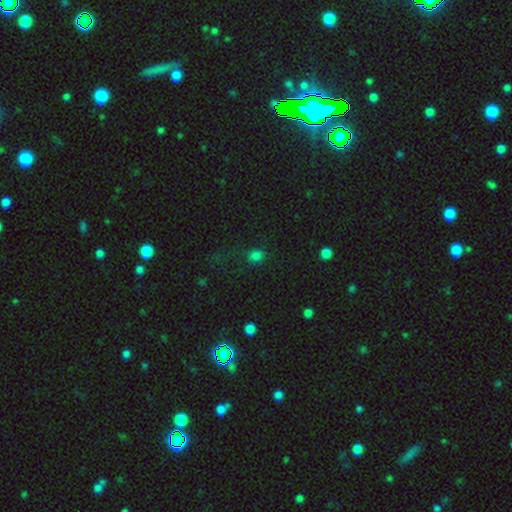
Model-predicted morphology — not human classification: Smooth or featured?
  - smooth: 77% *
  - star or artifact: 18%
  - featured or disk: 5%
How rounded?
  - round: 79% *
  - in between: 20%
  - cigar-shaped: 1%
Merging?
  - none: 77% *
  - minor disturbance: 13%
  - major disturbance: 7%
  - merger: 3%